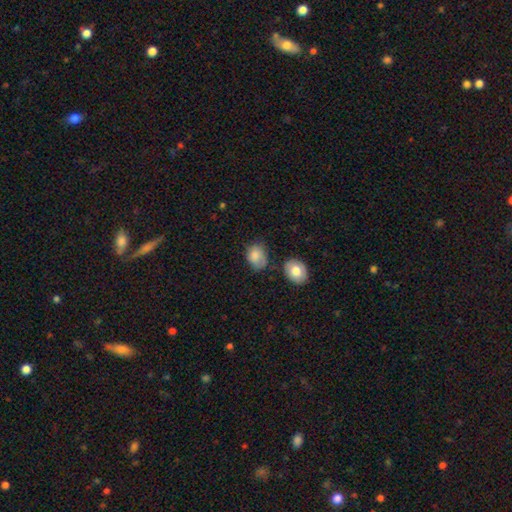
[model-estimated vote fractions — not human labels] This appears to be a smooth galaxy with no disk features (82%) that is in between round and cigar-shaped (62%). Merging: none (50%).